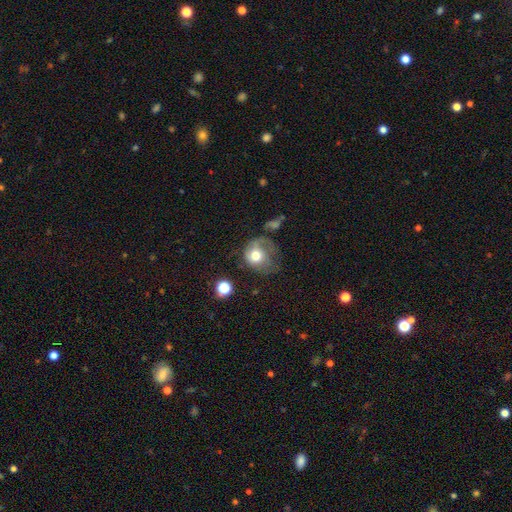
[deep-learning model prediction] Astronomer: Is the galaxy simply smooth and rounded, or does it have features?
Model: smooth — 64%.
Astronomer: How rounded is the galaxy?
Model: round — 69%.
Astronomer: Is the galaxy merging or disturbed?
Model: major disturbance — 39% (runner-up: none, 28%).